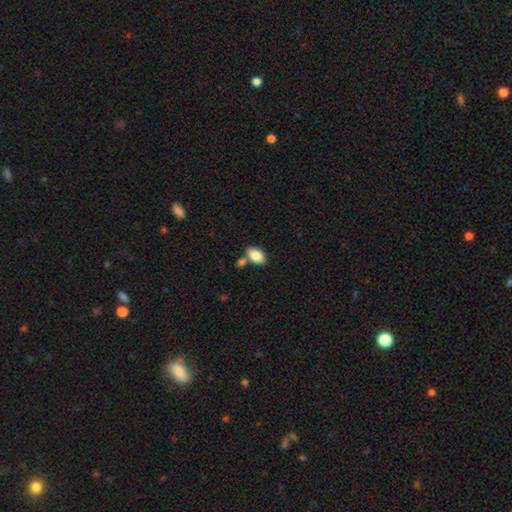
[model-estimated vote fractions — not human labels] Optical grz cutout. It shows a smooth galaxy with no disk features (84%) that is in between round and cigar-shaped (91%). Merging: none (67%).